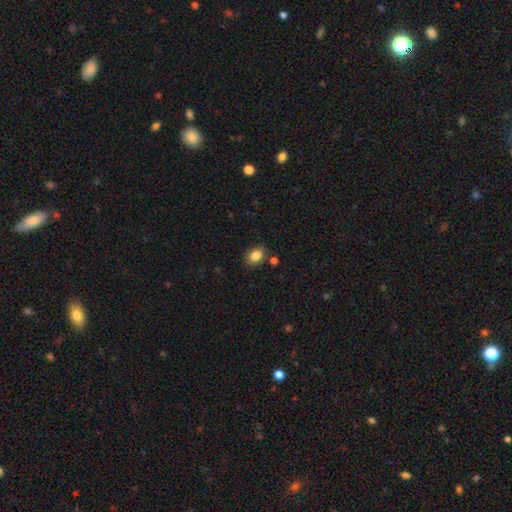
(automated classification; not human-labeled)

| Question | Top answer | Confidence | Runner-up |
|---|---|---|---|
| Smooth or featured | smooth | 84% | star or artifact (9%) |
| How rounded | in between | 71% | round (28%) |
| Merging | none | 81% | minor disturbance (12%) |